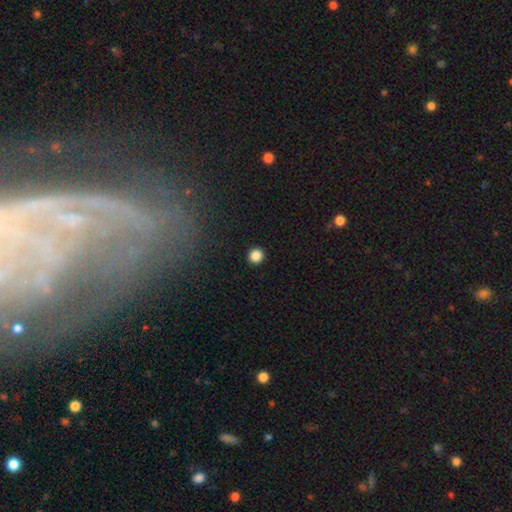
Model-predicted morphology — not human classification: Q: Smooth or featured?
A: smooth (86%); runner-up: star or artifact (11%)
Q: How rounded?
A: round (94%); runner-up: in between (5%)
Q: Merging?
A: none (93%); runner-up: minor disturbance (4%)